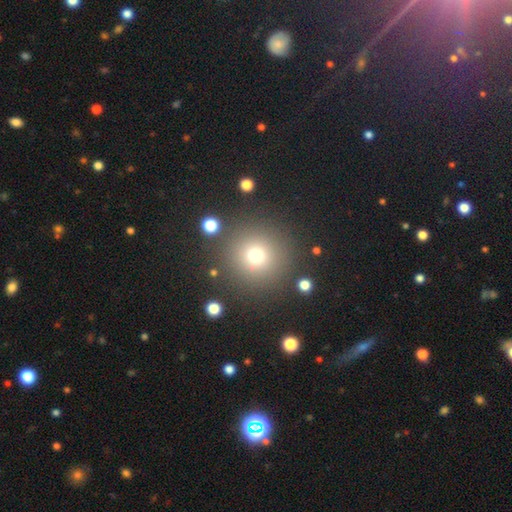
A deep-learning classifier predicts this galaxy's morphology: Smooth or featured?
  - smooth: 71% *
  - star or artifact: 19%
  - featured or disk: 10%
How rounded?
  - round: 95% *
  - in between: 4%
  - cigar-shaped: 1%
Merging?
  - none: 87% *
  - minor disturbance: 7%
  - major disturbance: 4%
  - merger: 3%